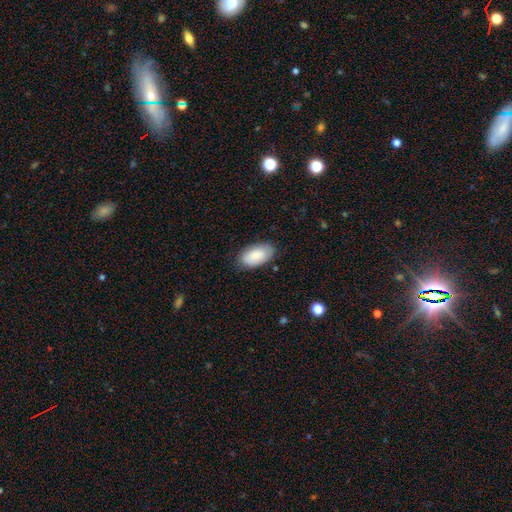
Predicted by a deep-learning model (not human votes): Smooth or featured: smooth — 81% (featured or disk — 13%)
How rounded: in between — 95% (round — 3%)
Merging: none — 81% (minor disturbance — 15%)